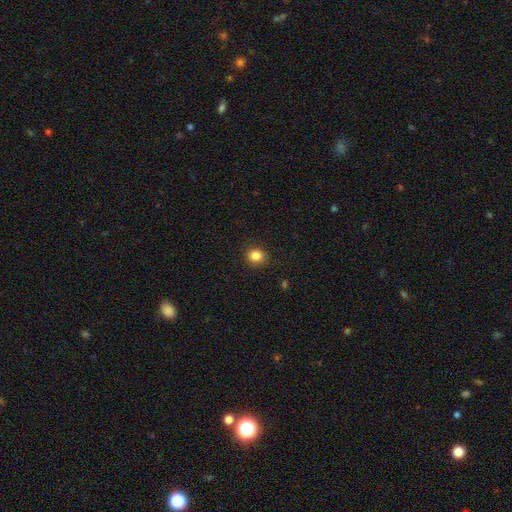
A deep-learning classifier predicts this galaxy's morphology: Overall: smooth (85%). How rounded: round (75%). Merging: none (89%).